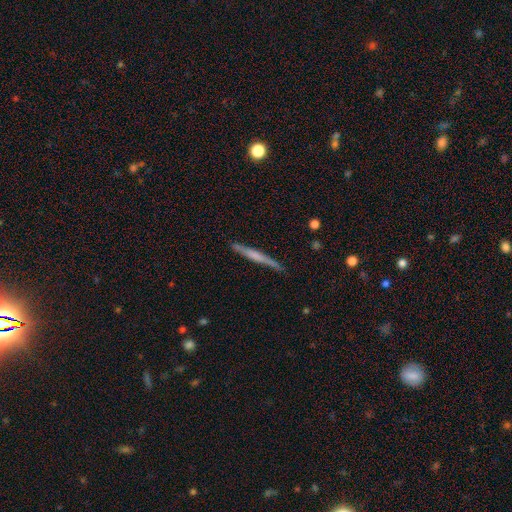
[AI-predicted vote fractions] Smooth or featured? Predicted: featured or disk (p=0.52). Edge-on disk? Predicted: yes (p=0.97). Edge-on bulge? Predicted: none (p=0.53). Merging? Predicted: none (p=0.86).